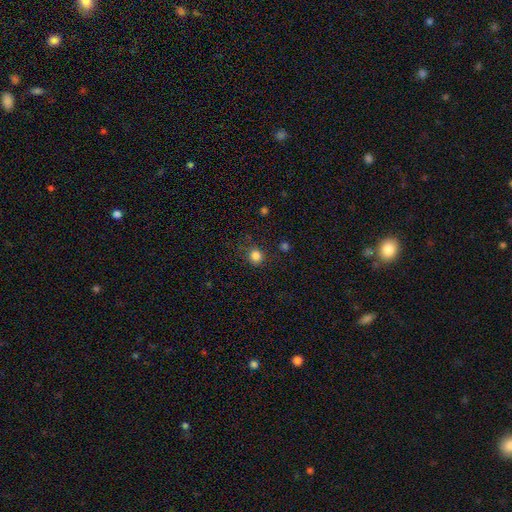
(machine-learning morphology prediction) This appears to be a smooth galaxy with no disk features (83%) that is round (89%). Merging: none (83%).